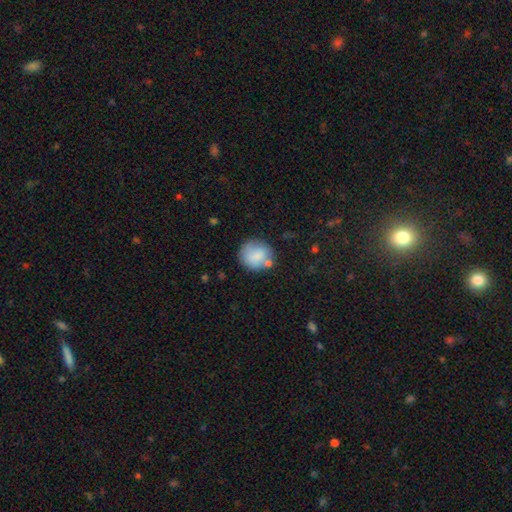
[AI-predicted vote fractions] smooth_or_featured: smooth (p=0.82) [alt: featured or disk p=0.11]
how_rounded: round (p=0.85) [alt: in between p=0.14]
merging: none (p=0.66) [alt: minor disturbance p=0.18]